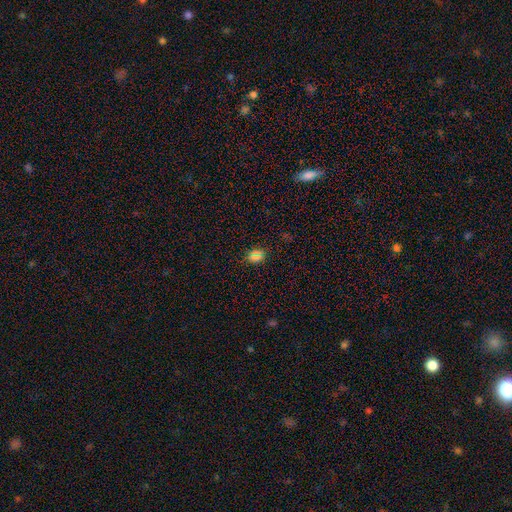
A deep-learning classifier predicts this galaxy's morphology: The model was most divided on "how rounded": in between: 66%, round: 31%, cigar-shaped: 3%. More confident: merging — none (85%); smooth or featured — smooth (67%).